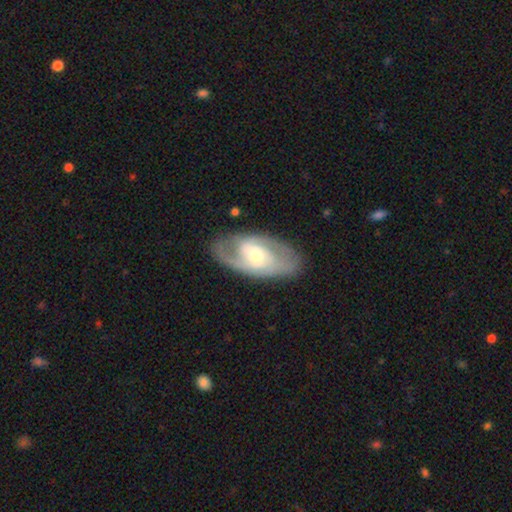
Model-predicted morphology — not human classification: This is likely a featured or disk galaxy (78%). It is clearly not viewed edge-on (94%). Bar: possibly no (49%). Spiral arm pattern: clearly yes (86%). Spiral arm count: likely 2 (68%). Spiral winding: marginally medium (44%). Central bulge: possibly moderate (49%). Merging: likely none (78%).